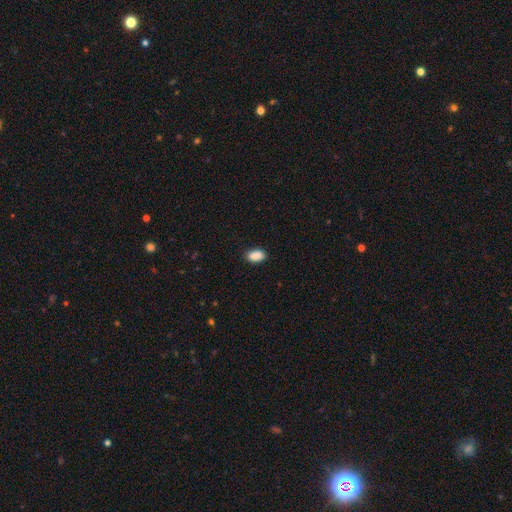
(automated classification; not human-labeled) smooth_or_featured: smooth (p=0.89) [alt: star or artifact p=0.08]
how_rounded: in between (p=0.92) [alt: round p=0.06]
merging: none (p=0.86) [alt: minor disturbance p=0.11]